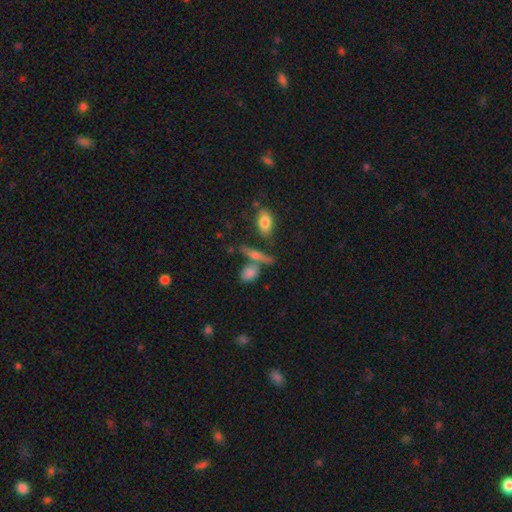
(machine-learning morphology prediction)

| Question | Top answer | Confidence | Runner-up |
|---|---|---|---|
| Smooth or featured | smooth | 57% | featured or disk (32%) |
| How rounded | cigar-shaped | 45% | in between (43%) |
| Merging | none | 61% | merger (22%) |